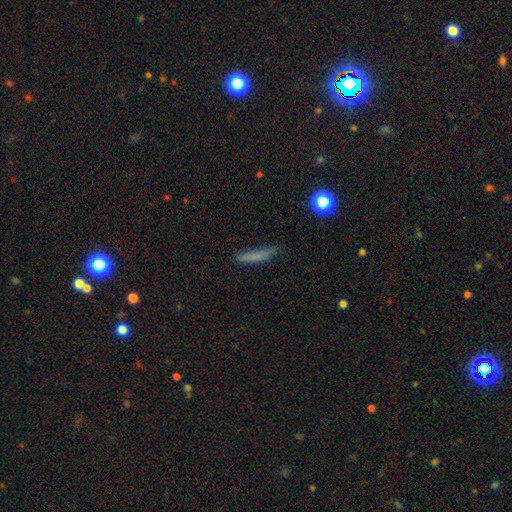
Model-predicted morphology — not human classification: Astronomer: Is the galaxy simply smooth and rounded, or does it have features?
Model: smooth — 75%.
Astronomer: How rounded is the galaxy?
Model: cigar-shaped — 89%.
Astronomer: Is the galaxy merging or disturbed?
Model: none — 72%.